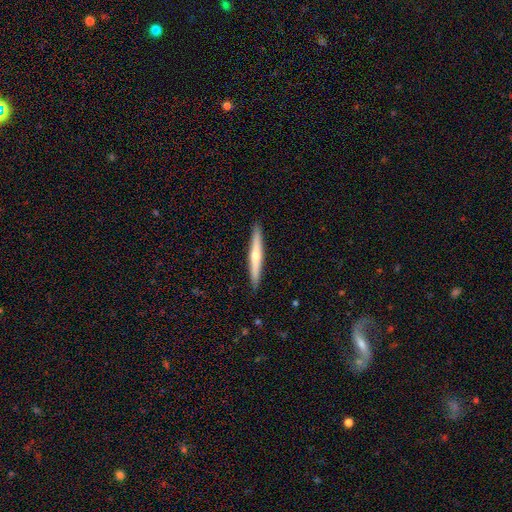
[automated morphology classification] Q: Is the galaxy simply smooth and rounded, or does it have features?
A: featured or disk — 55%.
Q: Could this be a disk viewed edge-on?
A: yes — 96%.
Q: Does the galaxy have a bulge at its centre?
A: rounded — 79%.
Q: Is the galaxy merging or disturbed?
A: none — 92%.